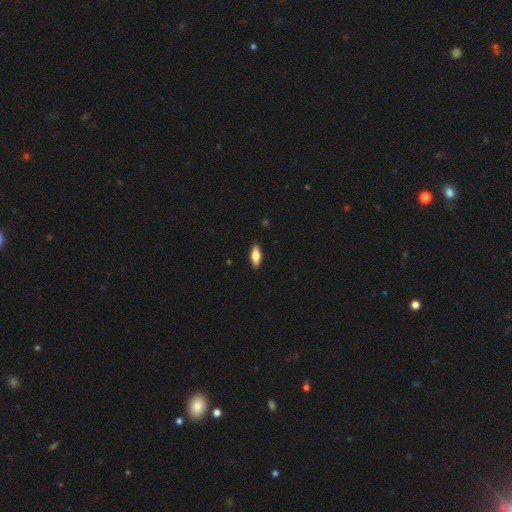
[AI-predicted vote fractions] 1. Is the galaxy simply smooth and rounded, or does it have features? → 72% smooth, 22% featured or disk, 6% star or artifact.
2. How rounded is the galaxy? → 72% in between, 25% cigar-shaped, 3% round.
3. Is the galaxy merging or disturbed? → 89% none, 8% minor disturbance, 2% major disturbance, 1% merger.